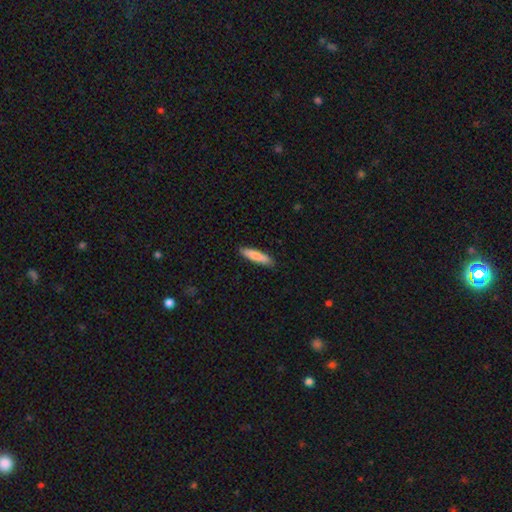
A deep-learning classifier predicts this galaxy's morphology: This is clearly a smooth galaxy (83%). How rounded: clearly cigar-shaped (82%). Merging: clearly none (86%).